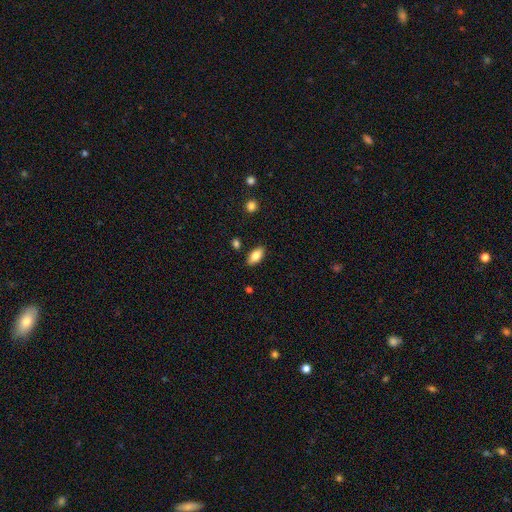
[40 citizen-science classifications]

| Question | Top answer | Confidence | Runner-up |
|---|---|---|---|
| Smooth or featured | smooth | 72% | featured or disk (18%) |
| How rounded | in between | 93% | cigar-shaped (7%) |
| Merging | none | 89% | minor disturbance (8%) |